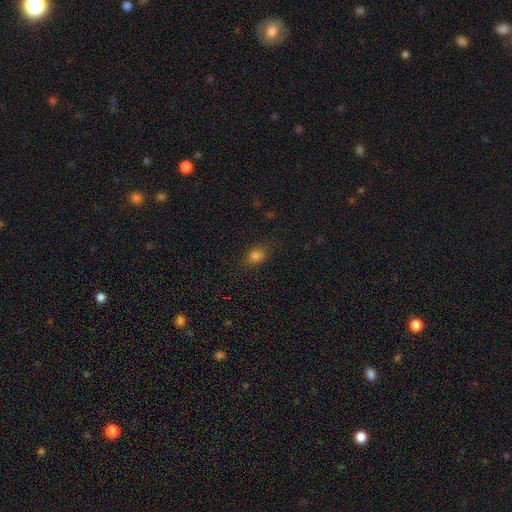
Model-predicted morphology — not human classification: type=smooth (78%); roundness=round (49%, tied with in between); merging=none (75%).